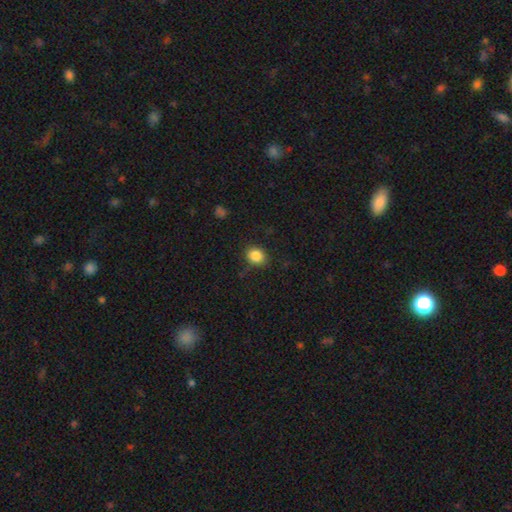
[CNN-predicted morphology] smooth_or_featured: smooth (p=0.86) [alt: star or artifact p=0.10]
how_rounded: round (p=0.63) [alt: in between p=0.36]
merging: none (p=0.85) [alt: minor disturbance p=0.11]